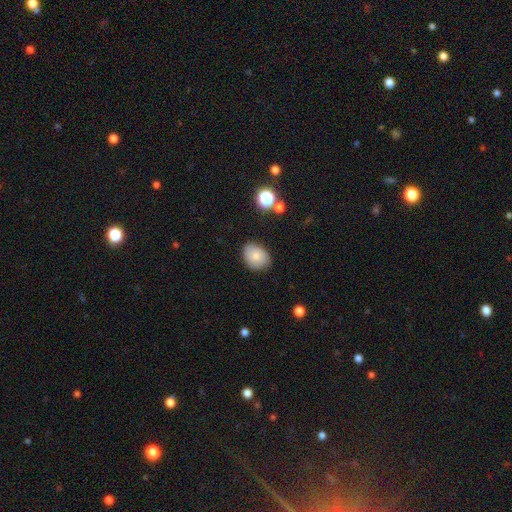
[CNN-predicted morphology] Smooth or featured? smooth (78%)
How rounded? in between (62%)
Merging? none (77%)